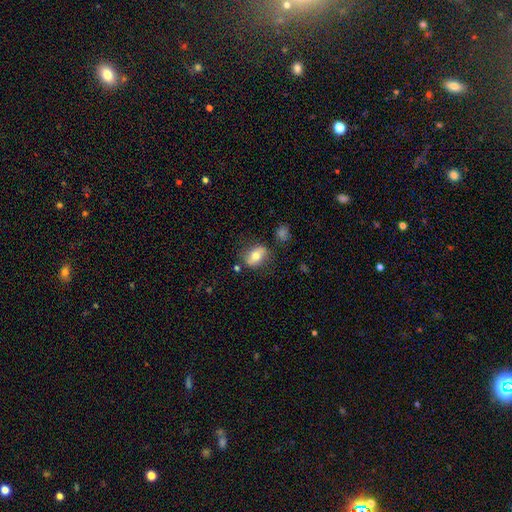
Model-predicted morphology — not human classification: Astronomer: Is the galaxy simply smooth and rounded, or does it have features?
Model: smooth — 66%.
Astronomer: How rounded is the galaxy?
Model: in between — 75%.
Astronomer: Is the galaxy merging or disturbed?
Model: none — 73%.